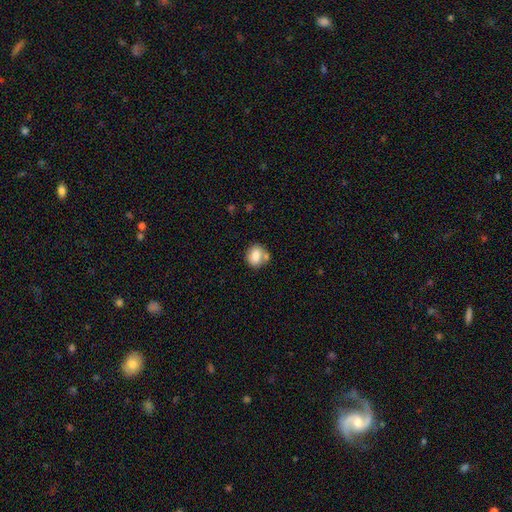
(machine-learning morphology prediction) Smooth or featured?
  - smooth: 80% *
  - featured or disk: 12%
  - star or artifact: 8%
How rounded?
  - round: 67% *
  - in between: 32%
  - cigar-shaped: 1%
Merging?
  - none: 57% *
  - merger: 22%
  - minor disturbance: 16%
  - major disturbance: 5%